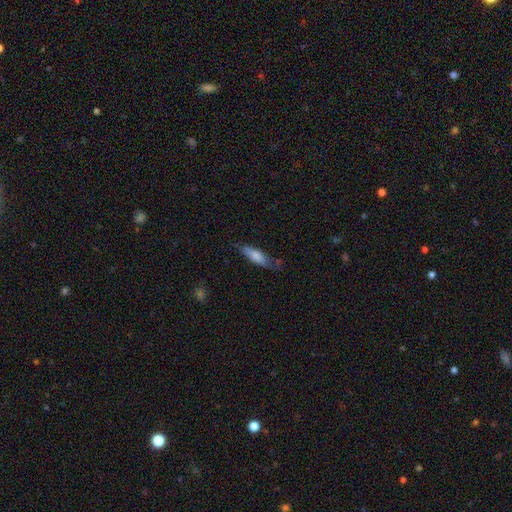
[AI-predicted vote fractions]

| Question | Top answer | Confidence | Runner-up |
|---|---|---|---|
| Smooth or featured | smooth | 71% | featured or disk (23%) |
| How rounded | cigar-shaped | 55% | in between (43%) |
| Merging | none | 59% | minor disturbance (29%) |